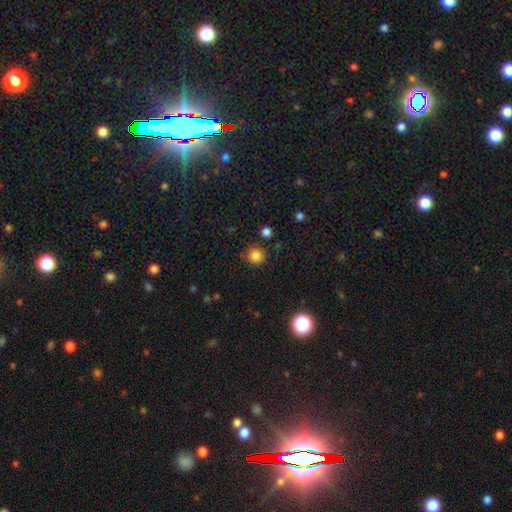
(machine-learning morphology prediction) Smooth or featured? Predicted: smooth (p=0.83). How rounded? Predicted: round (p=0.94). Merging? Predicted: none (p=0.86).